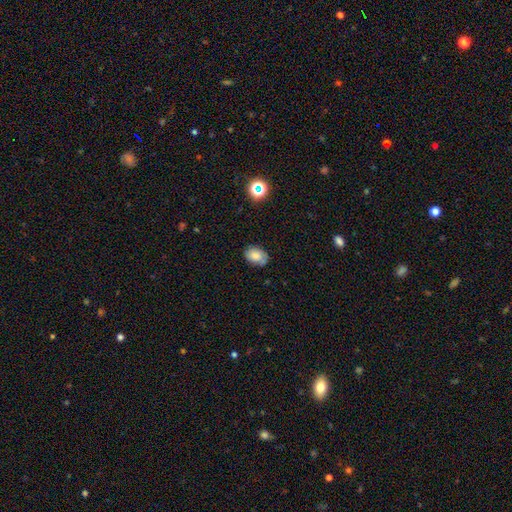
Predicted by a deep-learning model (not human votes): Morphology: type=smooth (73%); roundness=in between (77%); merging=none (72%).